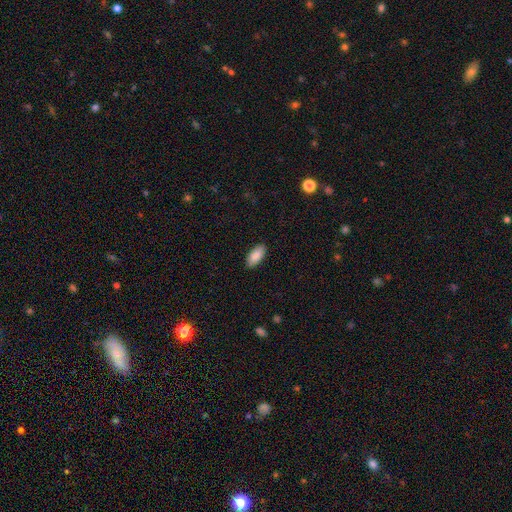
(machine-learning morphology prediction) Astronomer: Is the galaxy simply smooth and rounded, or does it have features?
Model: smooth — 89%.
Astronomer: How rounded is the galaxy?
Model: in between — 90%.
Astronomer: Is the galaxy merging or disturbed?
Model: none — 89%.